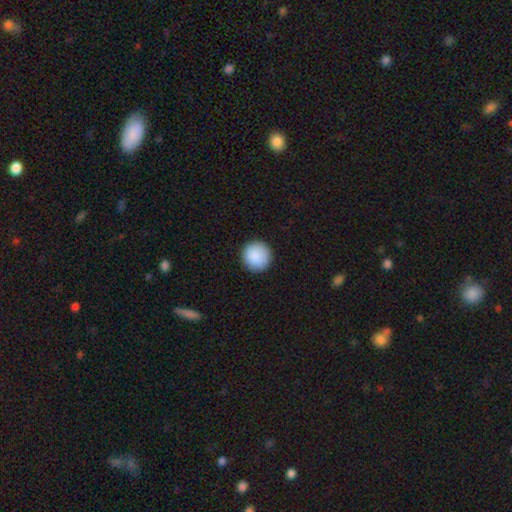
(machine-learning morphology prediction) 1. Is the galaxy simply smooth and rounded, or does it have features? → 90% smooth, 7% star or artifact, 3% featured or disk.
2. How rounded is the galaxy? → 95% round, 4% in between, 1% cigar-shaped.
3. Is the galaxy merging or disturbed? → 92% none, 5% minor disturbance, 2% major disturbance, 1% merger.